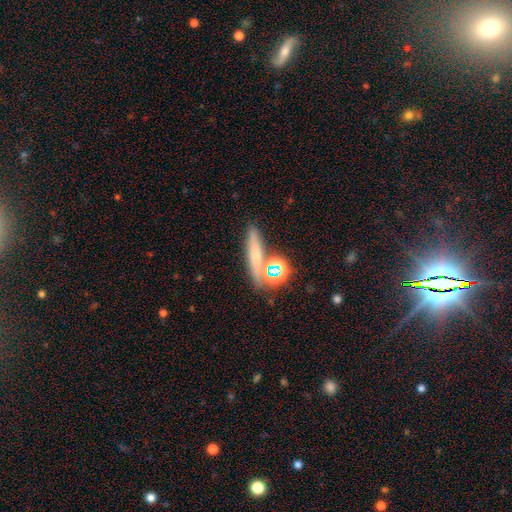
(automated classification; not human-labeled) This is possibly a smooth galaxy (55%). How rounded: likely cigar-shaped (61%). Merging: likely none (70%).